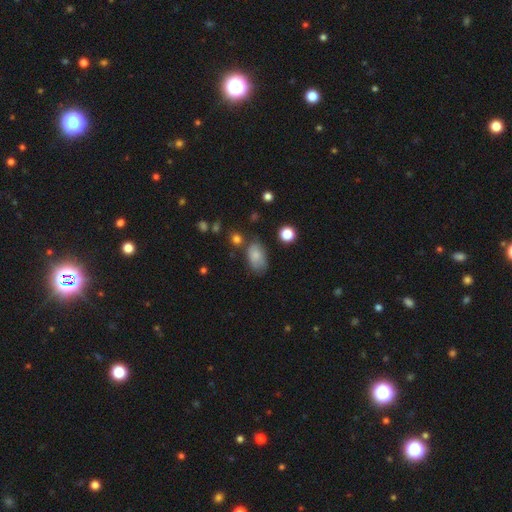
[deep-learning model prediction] A smooth galaxy with no disk features (77%) that is in between round and cigar-shaped (89%). Merging: none (54%).